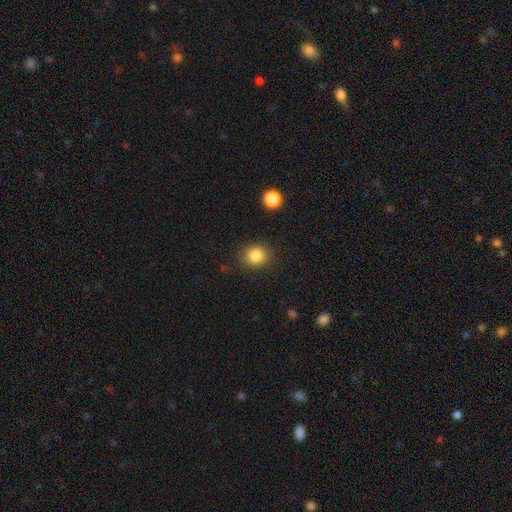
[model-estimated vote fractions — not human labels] Smooth or featured? smooth (85%)
How rounded? round (83%)
Merging? none (87%)